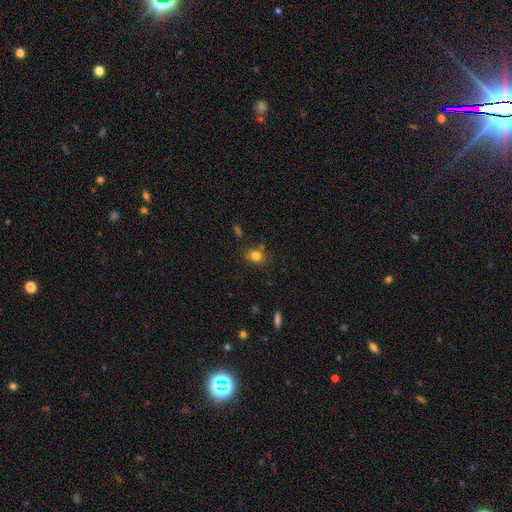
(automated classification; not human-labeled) This appears to be a smooth galaxy with no disk features (80%) that is round (58%). Merging: none (75%).